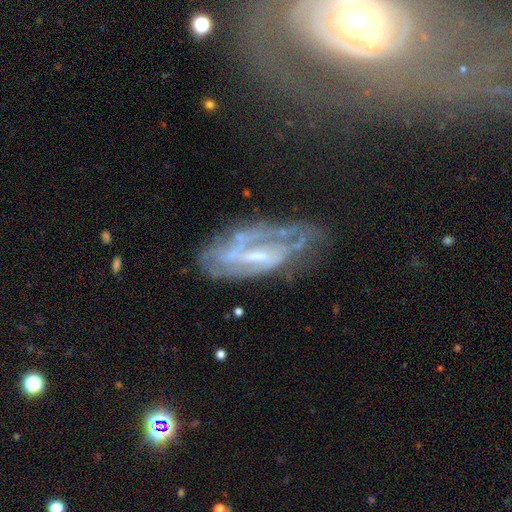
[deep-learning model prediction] Smooth or featured?
  - featured or disk: 78% *
  - smooth: 13%
  - star or artifact: 9%
Edge-on disk?
  - no: 90% *
  - yes: 10%
Bar?
  - weak: 44% *
  - strong: 34%
  - no: 22%
Spiral arms?
  - yes: 78% *
  - no: 22%
Spiral winding?
  - tight: 42% *
  - medium: 40%
  - loose: 18%
Spiral arm count?
  - can't tell: 40% *
  - 2: 39%
  - 3: 8%
  - 1: 7%
  - 4: 3%
  - more than 4: 3%
Bulge size?
  - small: 46% *
  - moderate: 33%
  - none: 17%
  - large: 3%
  - dominant: 1%
Merging?
  - none: 50% *
  - minor disturbance: 26%
  - major disturbance: 19%
  - merger: 4%